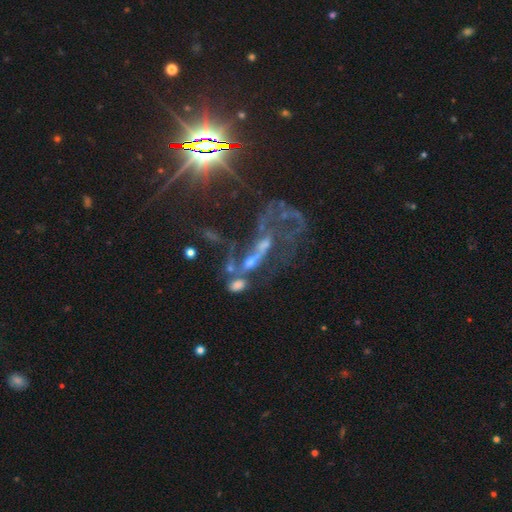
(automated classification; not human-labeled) Smooth or featured? featured or disk (57%)
Edge-on disk? no (91%)
Bar? no (50%)
Spiral arms? yes (57%)
Bulge size? small (39%)
Merging? major disturbance (34%)